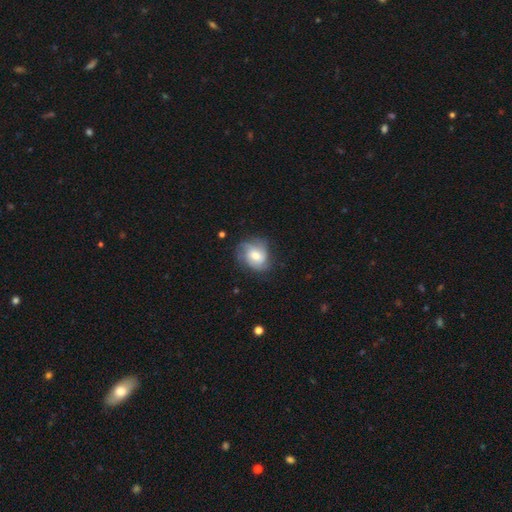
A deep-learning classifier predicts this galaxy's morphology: featured or disk 60%, smooth 32%, star or artifact 8%. Down the decision tree: edge-on disk — no (97%); bar — no (59%); spiral arms — yes (89%); spiral arm count — 3 (31%); spiral winding — tight (44%); bulge size — moderate (60%); merging — none (67%).